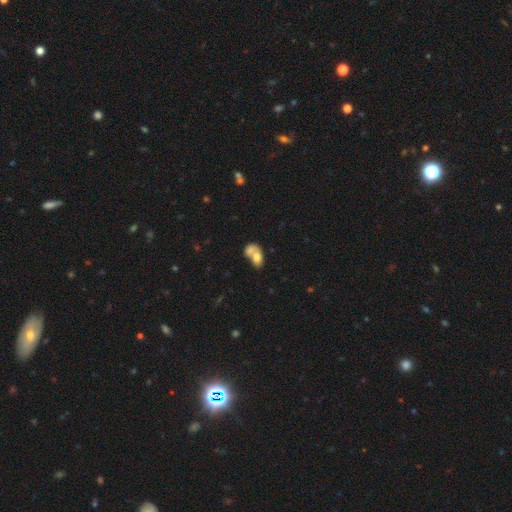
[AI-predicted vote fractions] Q: Smooth or featured?
A: smooth (70%); runner-up: featured or disk (21%)
Q: How rounded?
A: in between (80%); runner-up: round (18%)
Q: Merging?
A: merger (73%); runner-up: none (15%)